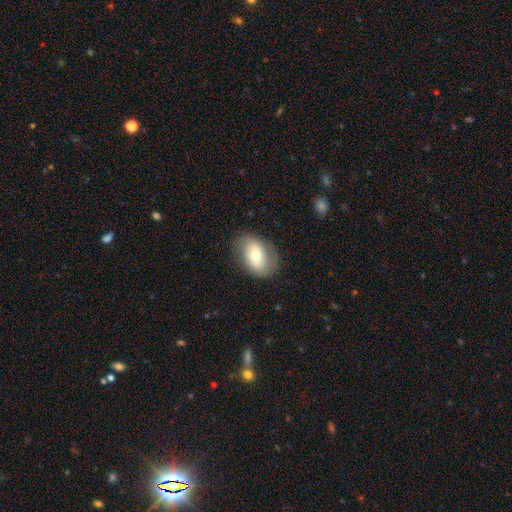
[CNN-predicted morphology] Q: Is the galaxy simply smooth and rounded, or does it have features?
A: smooth — 57%.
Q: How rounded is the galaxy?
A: in between — 82%.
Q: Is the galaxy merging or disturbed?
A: none — 80%.